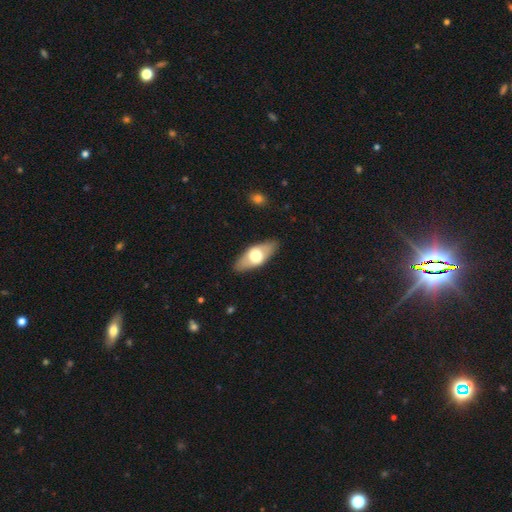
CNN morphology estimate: Smooth or featured?
  - smooth: 55% *
  - featured or disk: 40%
  - star or artifact: 5%
How rounded?
  - in between: 81% *
  - cigar-shaped: 16%
  - round: 3%
Merging?
  - none: 86% *
  - minor disturbance: 11%
  - major disturbance: 3%
  - merger: 1%